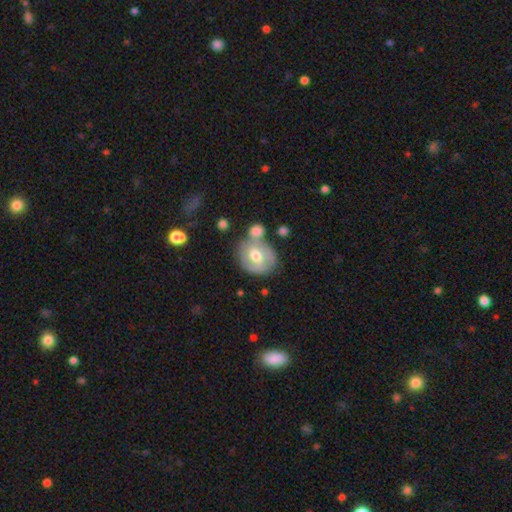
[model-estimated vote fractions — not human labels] smooth-or-featured: featured or disk: 48% | smooth: 45% | star or artifact: 7%
  merging: none: 49% | merger: 25% | minor disturbance: 18% | major disturbance: 8%